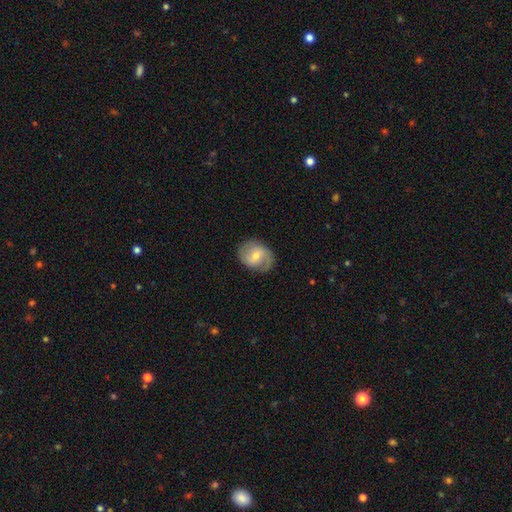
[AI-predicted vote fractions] Overall: featured or disk (69%). Edge-on disk: no (97%). Bar: weak (50%; no 35%). Spiral arms: yes (89%). Spiral arm count: 2 (78%). Spiral winding: medium (47%; tight 27%). Bulge size: moderate (53%; small 42%). Merging: none (78%).